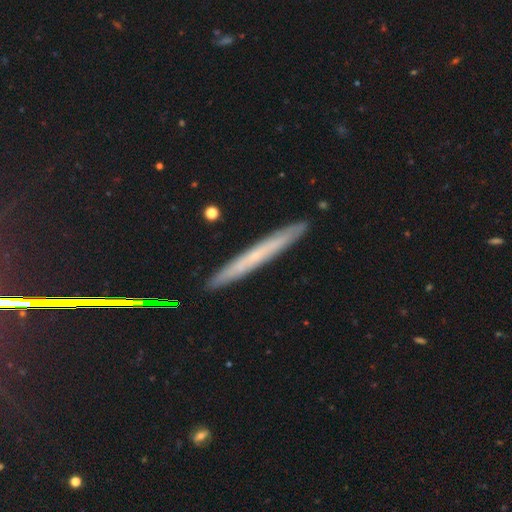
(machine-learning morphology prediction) A featured or disk galaxy (50%) viewed edge-on (92%). Merging: none (91%).